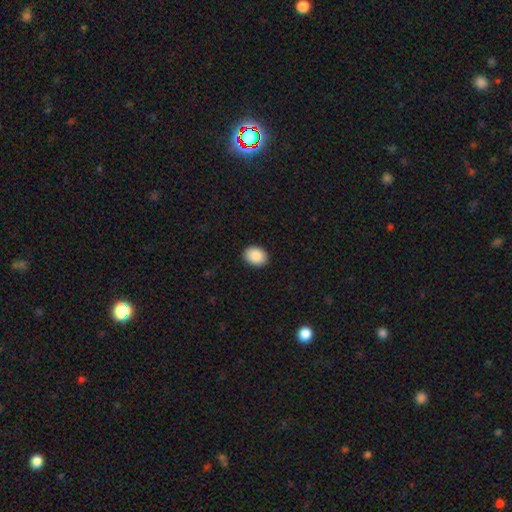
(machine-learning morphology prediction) The model was most divided on "how rounded": in between: 63%, round: 36%, cigar-shaped: 1%. More confident: merging — none (90%); smooth or featured — smooth (90%).